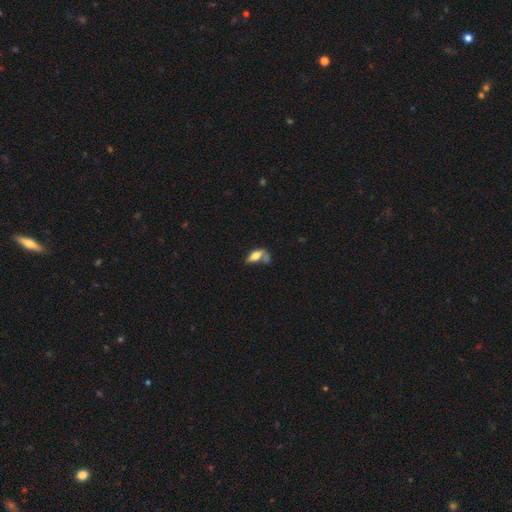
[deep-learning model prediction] A smooth galaxy with no disk features (63%) that is in between round and cigar-shaped (74%). Merging: none (30%).